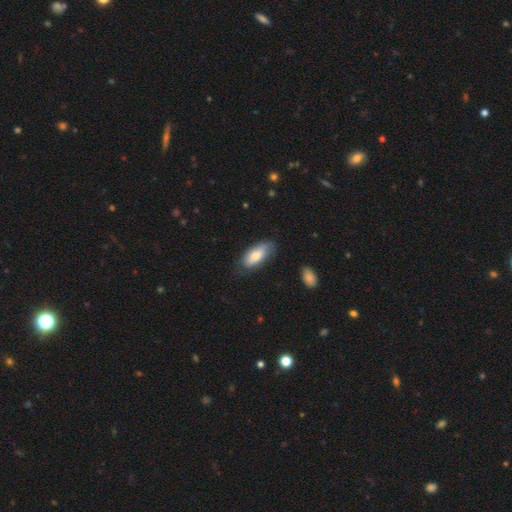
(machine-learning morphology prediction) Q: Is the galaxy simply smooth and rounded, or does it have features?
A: smooth — 72%.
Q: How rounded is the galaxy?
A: in between — 88%.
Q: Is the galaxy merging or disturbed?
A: none — 70%.